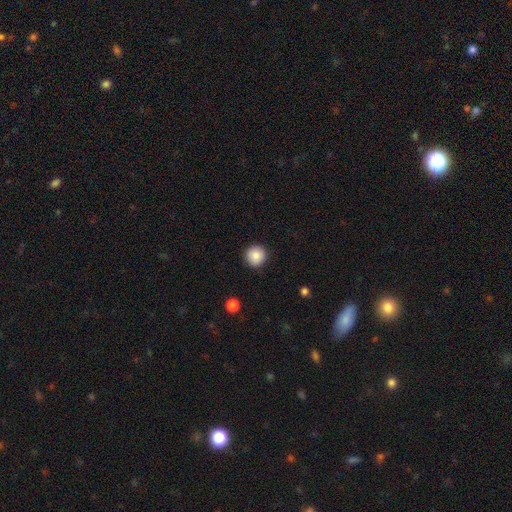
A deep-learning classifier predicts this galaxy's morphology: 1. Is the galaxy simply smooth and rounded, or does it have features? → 87% smooth, 9% star or artifact, 5% featured or disk.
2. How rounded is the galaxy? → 95% round, 4% in between, 1% cigar-shaped.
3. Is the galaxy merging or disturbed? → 92% none, 6% minor disturbance, 2% major disturbance, 1% merger.